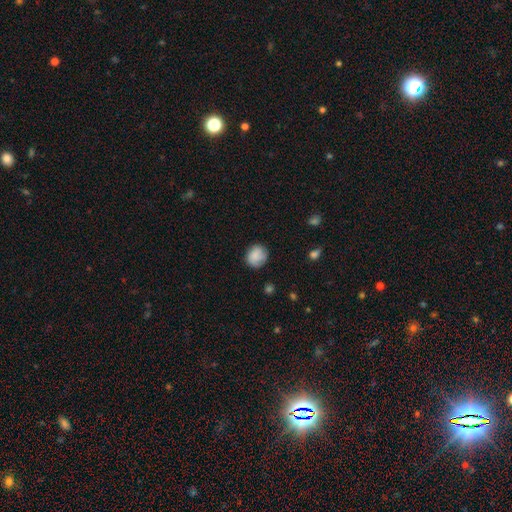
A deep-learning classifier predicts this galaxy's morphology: This appears to be a smooth galaxy with no disk features (83%) that is round (74%). Merging: none (77%).